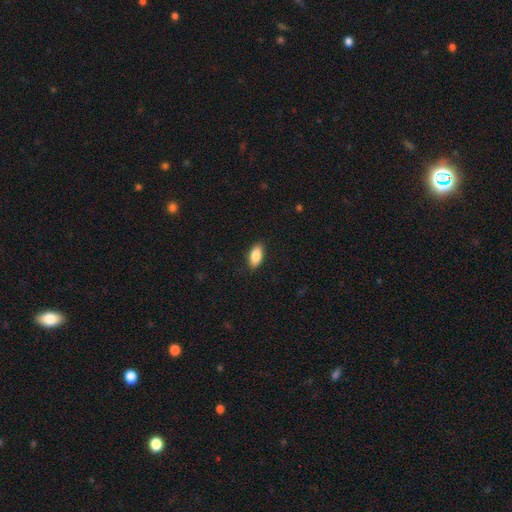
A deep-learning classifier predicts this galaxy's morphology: Smooth or featured? smooth (86%)
How rounded? in between (90%)
Merging? none (88%)